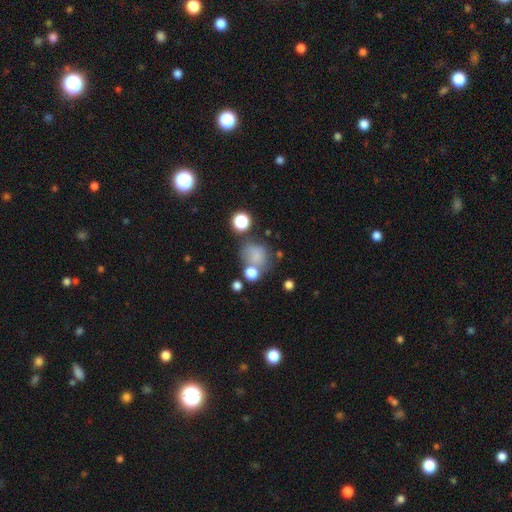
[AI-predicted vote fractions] Smooth or featured: smooth — 70% (star or artifact — 17%)
How rounded: round — 68% (in between — 31%)
Merging: none — 50% (minor disturbance — 19%)